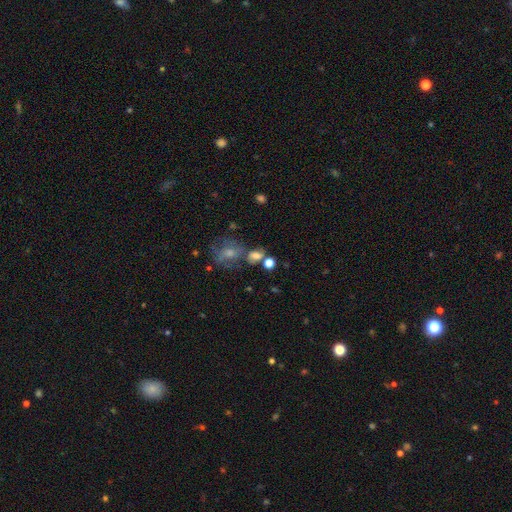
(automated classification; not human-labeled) Smooth or featured: smooth — 64% (star or artifact — 18%)
How rounded: in between — 51% (round — 47%)
Merging: none — 41% (merger — 32%)